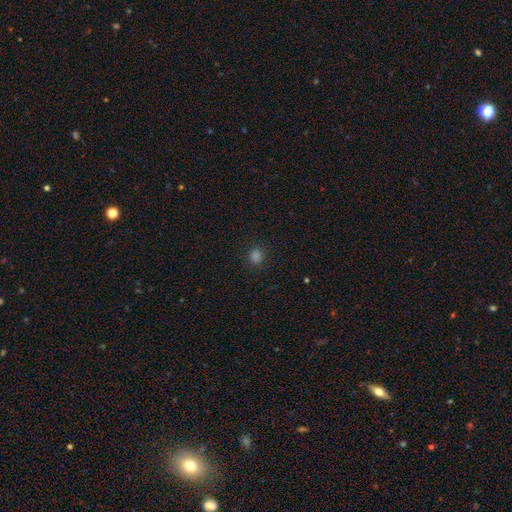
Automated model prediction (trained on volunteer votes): Smooth or featured: smooth — 78% (star or artifact — 18%)
How rounded: round — 90% (in between — 9%)
Merging: none — 91% (minor disturbance — 6%)